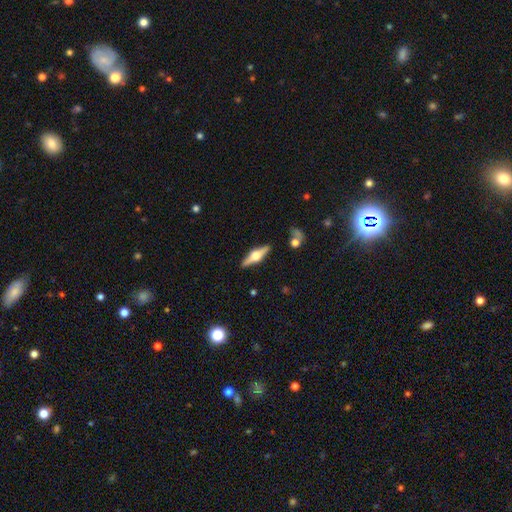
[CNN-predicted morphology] A featured or disk galaxy (75%) viewed edge-on (97%) with a rounded central bulge (95%).

Vote fractions:
- Smooth or featured? featured or disk: 75% / smooth: 20% / star or artifact: 5%
- Edge-on disk? yes: 97% / no: 3%
- Edge-on bulge? rounded: 95% / boxy: 4% / none: 1%
- Merging? none: 89% / minor disturbance: 7% / merger: 2% / major disturbance: 2%